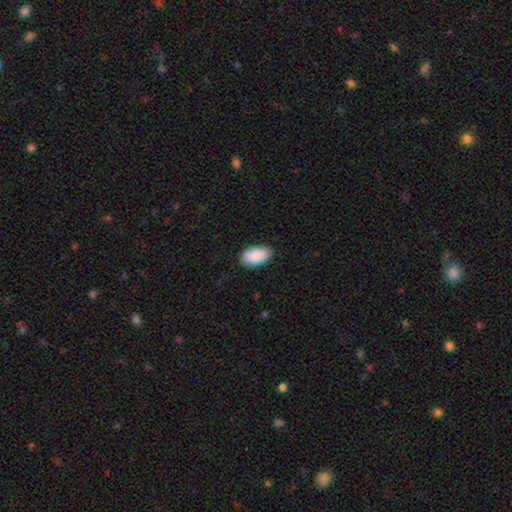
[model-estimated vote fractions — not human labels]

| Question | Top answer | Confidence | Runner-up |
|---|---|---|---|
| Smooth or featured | smooth | 91% | star or artifact (6%) |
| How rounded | in between | 95% | round (3%) |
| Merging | none | 86% | minor disturbance (11%) |